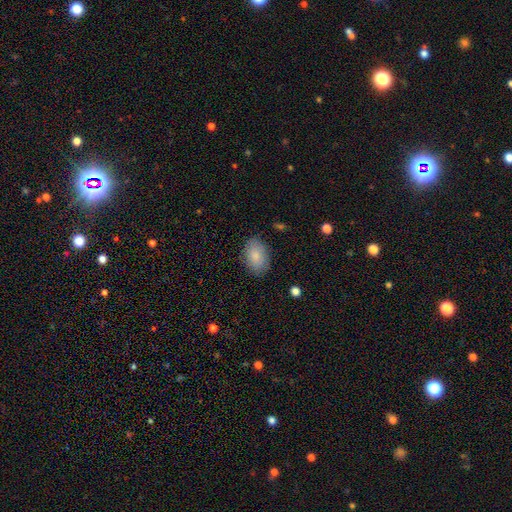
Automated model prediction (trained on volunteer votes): smooth-or-featured: smooth: 85% | featured or disk: 8% | star or artifact: 7%
  how-rounded: in between: 83% | round: 16% | cigar-shaped: 1%
  merging: none: 84% | minor disturbance: 12% | major disturbance: 3% | merger: 1%